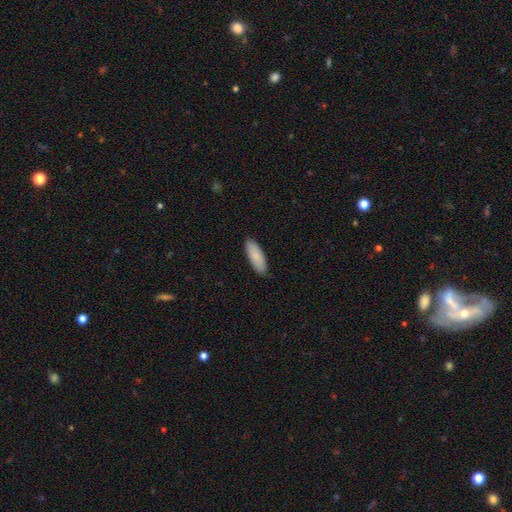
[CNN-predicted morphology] smooth 89%, featured or disk 6%, star or artifact 5%. Down the decision tree: how rounded — in between (63%); merging — none (89%).